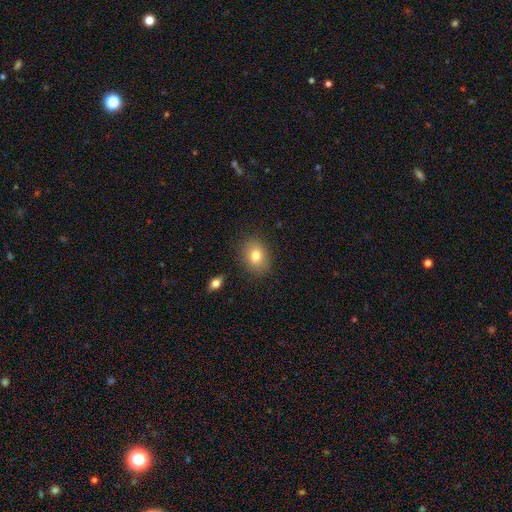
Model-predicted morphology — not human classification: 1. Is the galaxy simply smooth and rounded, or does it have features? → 78% smooth, 11% featured or disk, 10% star or artifact.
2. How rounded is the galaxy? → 52% in between, 47% round, 1% cigar-shaped.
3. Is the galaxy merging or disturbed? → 85% none, 10% minor disturbance, 3% major disturbance, 2% merger.